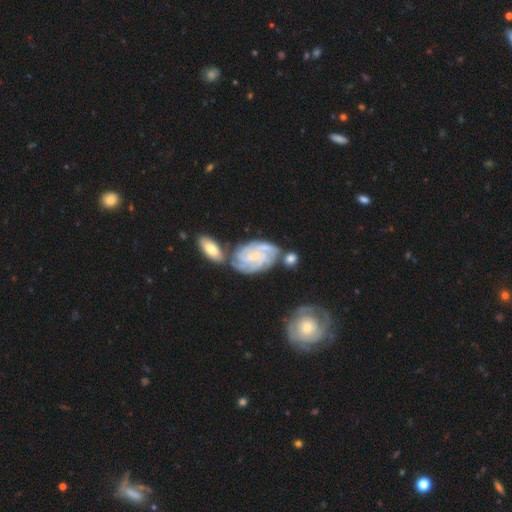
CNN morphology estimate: The model was most divided on "spiral arm count": can't tell: 26%, 4: 24%, 3: 23%, 2: 14%, more than 4: 7%, 1: 5%. More confident: spiral arms — yes (96%); edge-on disk — no (96%); smooth or featured — featured or disk (83%); bulge size — small (70%); spiral winding — tight (68%); merging — none (57%); bar — no (57%).